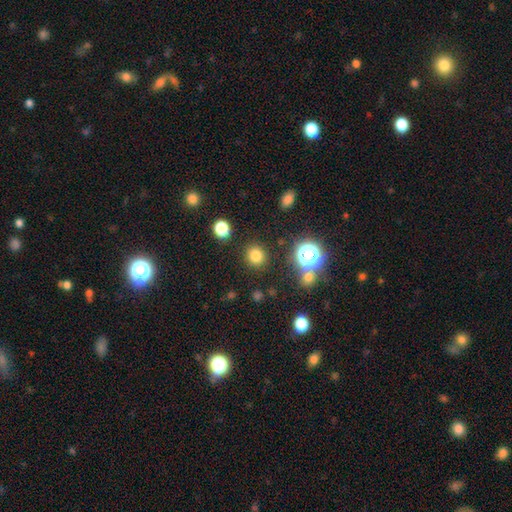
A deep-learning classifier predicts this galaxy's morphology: type=smooth (77%); roundness=round (87%); merging=none (87%).